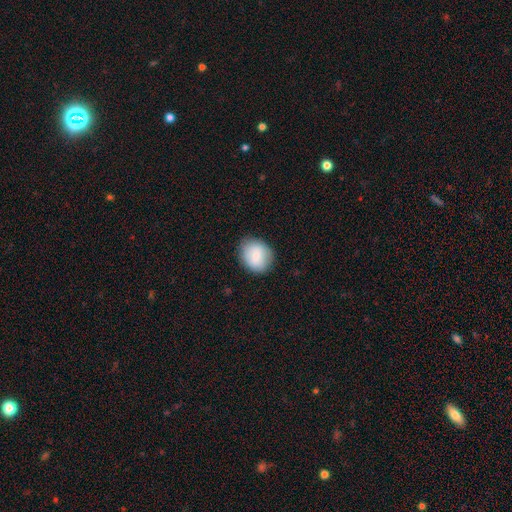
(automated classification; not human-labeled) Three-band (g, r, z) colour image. It shows a smooth galaxy with no disk features (77%) that is round (59%). Merging: none (82%).